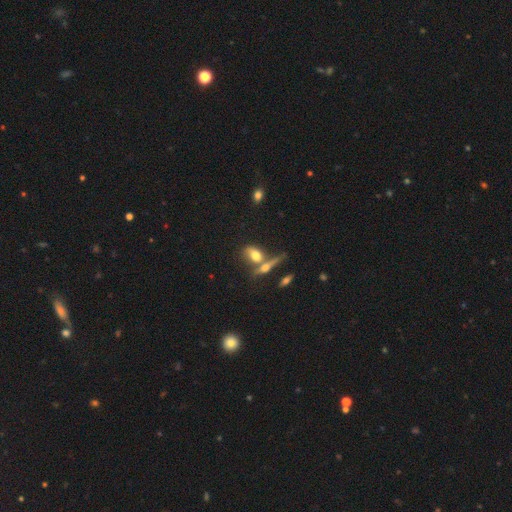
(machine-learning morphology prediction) This appears to be a smooth galaxy with no disk features (62%) that is in between round and cigar-shaped (72%). Merging: merger (49%).